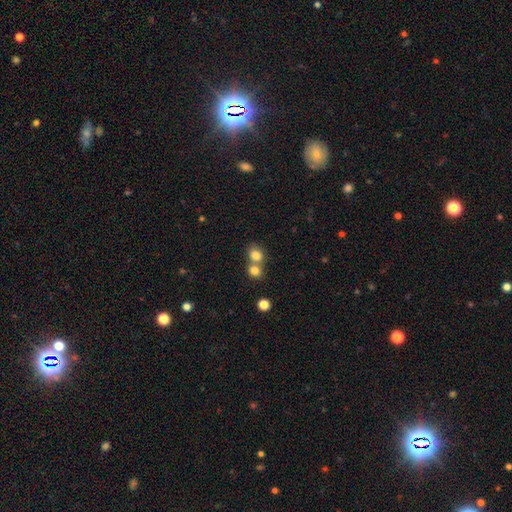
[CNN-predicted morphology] Overall: smooth (81%). How rounded: round (52%; in between 46%). Merging: merger (53%; none 37%).